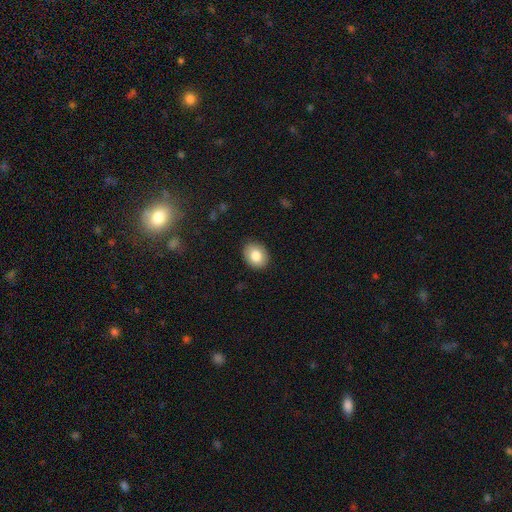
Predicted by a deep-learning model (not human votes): Overall: smooth (82%). How rounded: in between (51%; round 48%). Merging: none (89%).